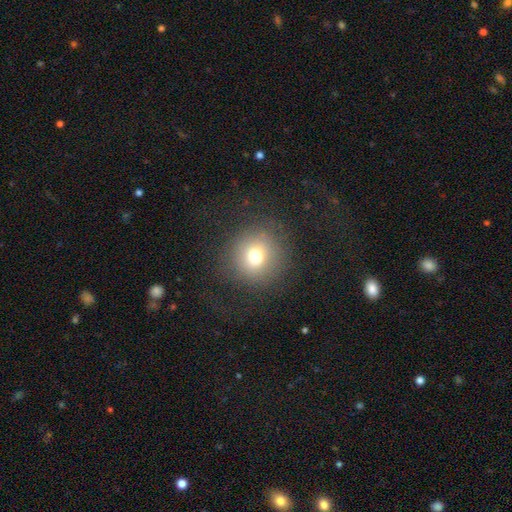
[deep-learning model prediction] A smooth galaxy with no disk features (73%) that is round (91%).

Vote fractions:
- Smooth or featured? smooth: 73% / star or artifact: 15% / featured or disk: 12%
- How rounded? round: 91% / in between: 8% / cigar-shaped: 1%
- Merging? none: 82% / minor disturbance: 10% / major disturbance: 7% / merger: 1%